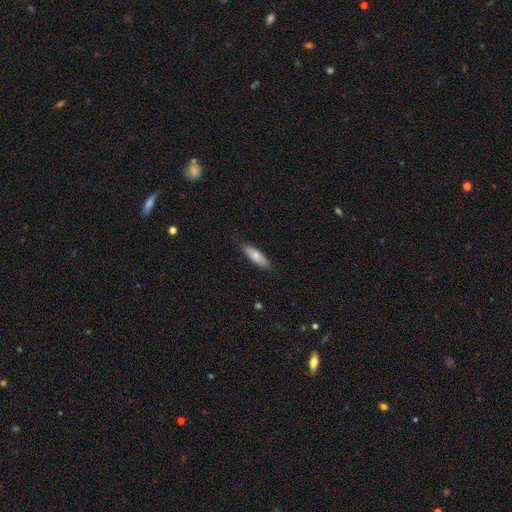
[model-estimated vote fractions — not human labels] smooth-or-featured: smooth: 73% | featured or disk: 21% | star or artifact: 6%
  how-rounded: in between: 55% | cigar-shaped: 43% | round: 2%
  merging: none: 84% | minor disturbance: 13% | major disturbance: 2% | merger: 1%